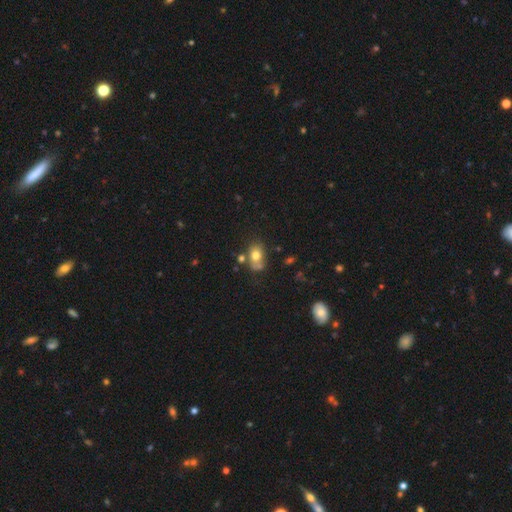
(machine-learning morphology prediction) Smooth or featured? smooth (72%)
How rounded? in between (68%)
Merging? none (49%)